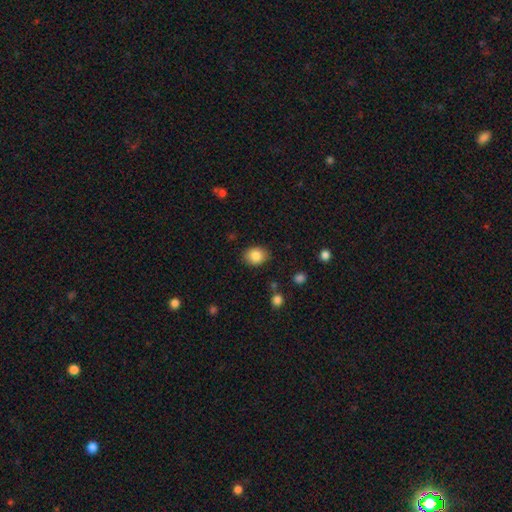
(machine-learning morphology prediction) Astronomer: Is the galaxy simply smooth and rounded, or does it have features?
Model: smooth — 85%.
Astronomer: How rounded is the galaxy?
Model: in between — 50% (runner-up: round, 49%).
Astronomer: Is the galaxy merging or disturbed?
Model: none — 84%.